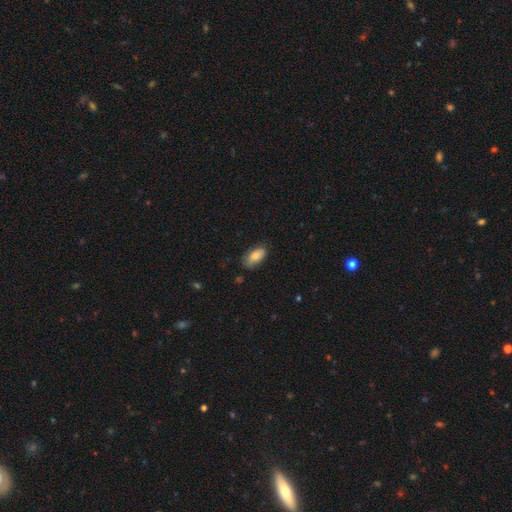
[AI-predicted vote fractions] Smooth or featured: smooth — 81% (featured or disk — 12%)
How rounded: in between — 92% (cigar-shaped — 5%)
Merging: none — 73% (minor disturbance — 22%)